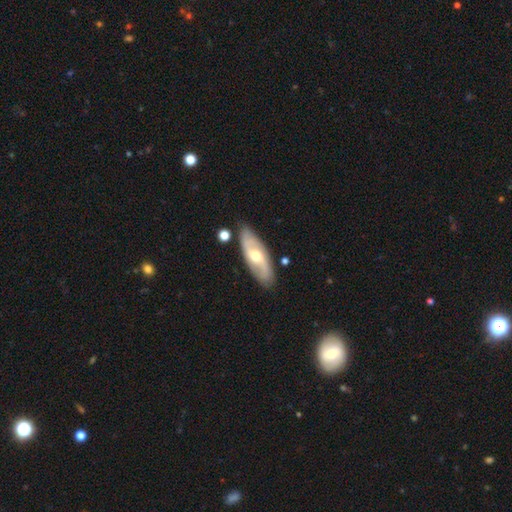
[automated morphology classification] This is likely a featured or disk galaxy (65%). It is clearly not viewed edge-on (82%). Bar: possibly no (52%). Spiral arm pattern: likely yes (76%). Central bulge: likely moderate (71%). Merging: clearly none (82%).